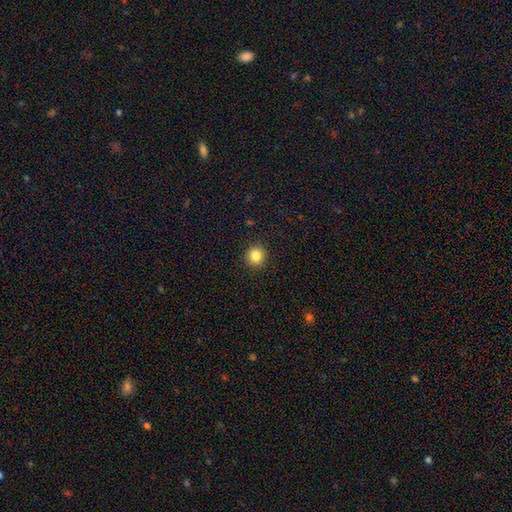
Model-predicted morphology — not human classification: Overall: smooth (84%). How rounded: round (92%). Merging: none (92%).